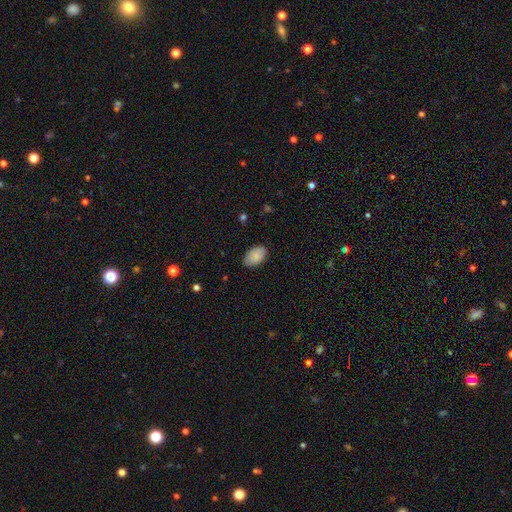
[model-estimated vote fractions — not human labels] Smooth or featured? Predicted: smooth (p=0.87). How rounded? Predicted: in between (p=0.92). Merging? Predicted: none (p=0.84).